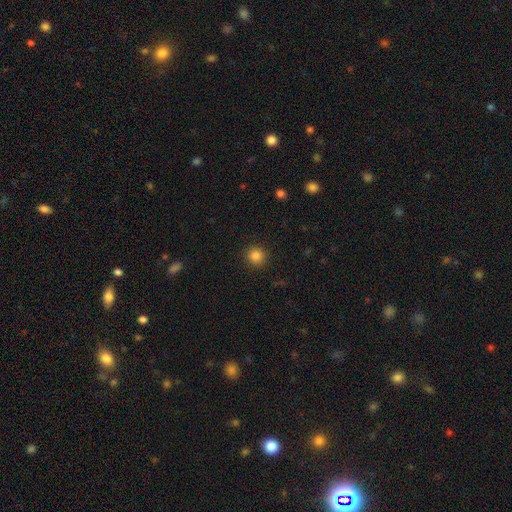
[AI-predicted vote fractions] Q: Smooth or featured?
A: smooth (84%); runner-up: star or artifact (12%)
Q: How rounded?
A: round (93%); runner-up: in between (6%)
Q: Merging?
A: none (92%); runner-up: minor disturbance (5%)